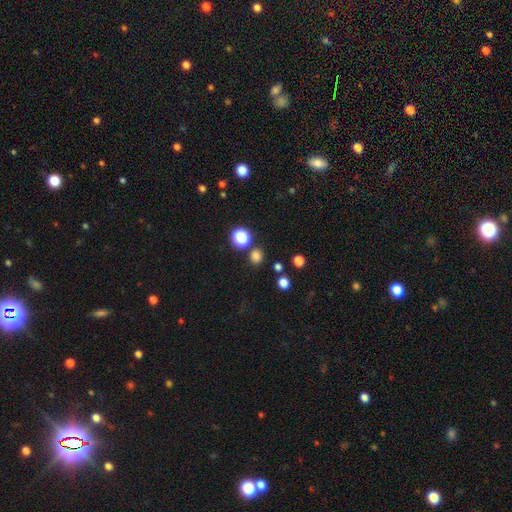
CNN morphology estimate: Q: Smooth or featured?
A: smooth (76%); runner-up: star or artifact (19%)
Q: How rounded?
A: round (86%); runner-up: in between (13%)
Q: Merging?
A: none (83%); runner-up: minor disturbance (8%)